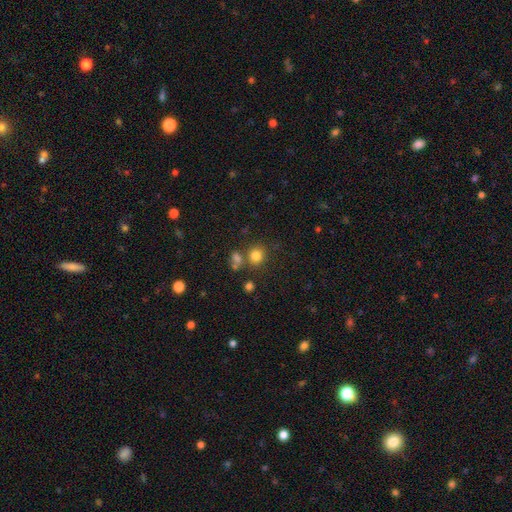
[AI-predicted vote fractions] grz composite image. It shows a smooth galaxy with no disk features (80%) that is round (85%). Merging: none (73%).